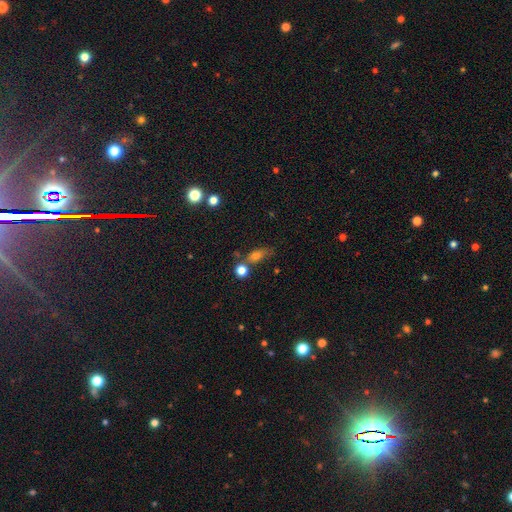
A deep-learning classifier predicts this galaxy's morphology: smooth 71%, star or artifact 16%, featured or disk 13%. Down the decision tree: how rounded — in between (64%); merging — none (53%).